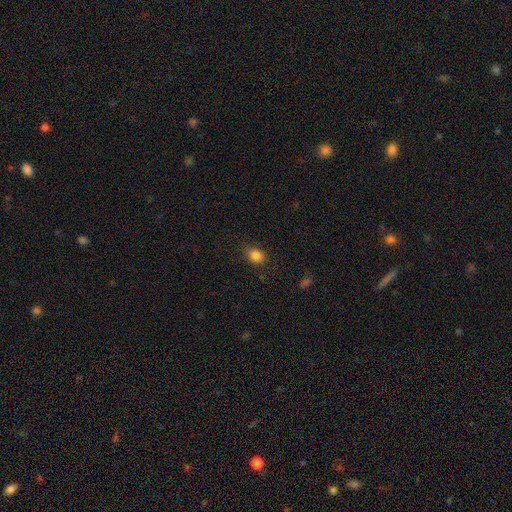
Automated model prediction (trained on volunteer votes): Q: Smooth or featured?
A: smooth (84%); runner-up: star or artifact (11%)
Q: How rounded?
A: round (50%); runner-up: in between (49%)
Q: Merging?
A: none (78%); runner-up: minor disturbance (17%)